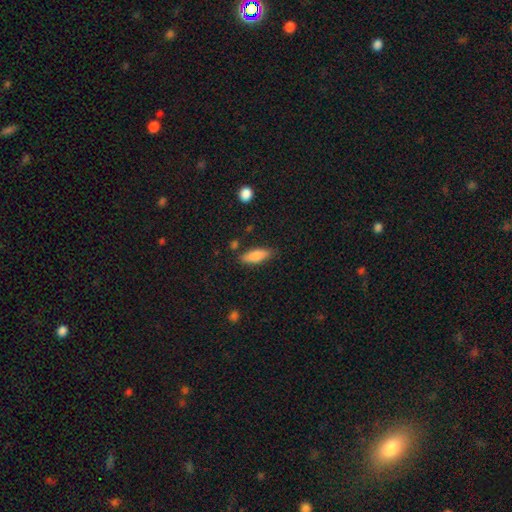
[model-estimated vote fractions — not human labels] Q: Smooth or featured?
A: smooth (84%); runner-up: featured or disk (10%)
Q: How rounded?
A: in between (63%); runner-up: cigar-shaped (35%)
Q: Merging?
A: none (80%); runner-up: minor disturbance (14%)